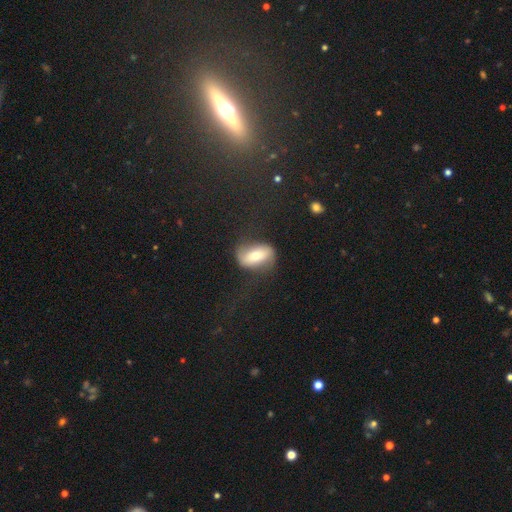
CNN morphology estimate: A smooth galaxy with no disk features (46%, tied with featured or disk).

Vote fractions:
- Smooth or featured? smooth: 46% (tied) / featured or disk: 46% (tied) / star or artifact: 8%
- Merging? none: 60% / minor disturbance: 19% / major disturbance: 18% / merger: 2%